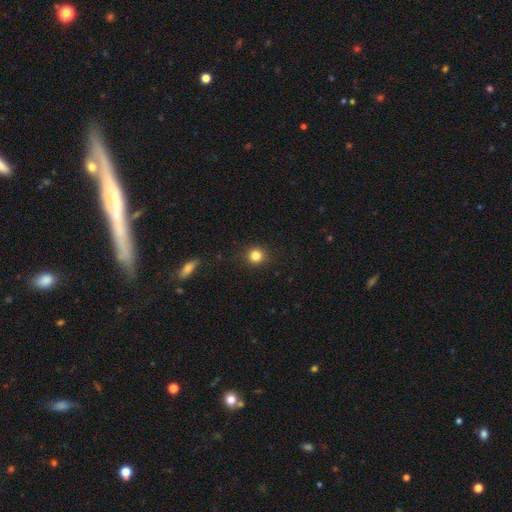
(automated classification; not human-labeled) Smooth or featured: smooth — 83% (star or artifact — 12%)
How rounded: round — 93% (in between — 6%)
Merging: none — 90% (minor disturbance — 7%)